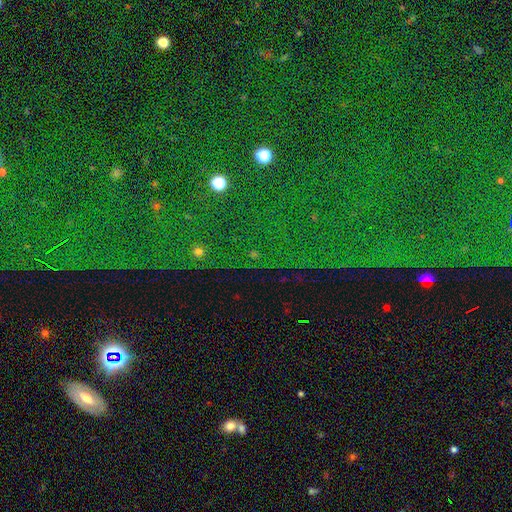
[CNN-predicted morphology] smooth_or_featured: star or artifact (p=0.83) [alt: smooth p=0.09]